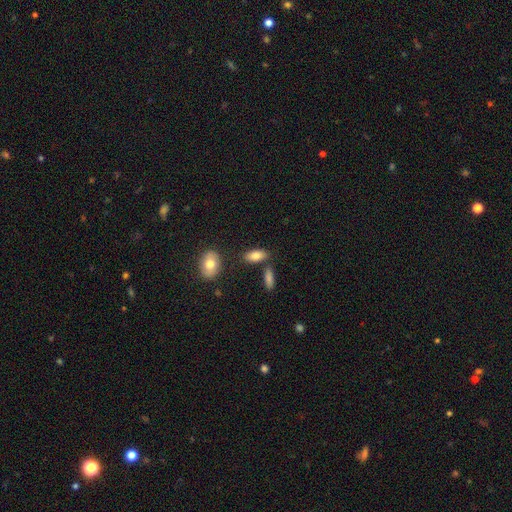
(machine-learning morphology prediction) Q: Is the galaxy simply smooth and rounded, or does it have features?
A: smooth — 81%.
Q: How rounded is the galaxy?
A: in between — 85%.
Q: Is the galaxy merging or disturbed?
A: none — 76%.